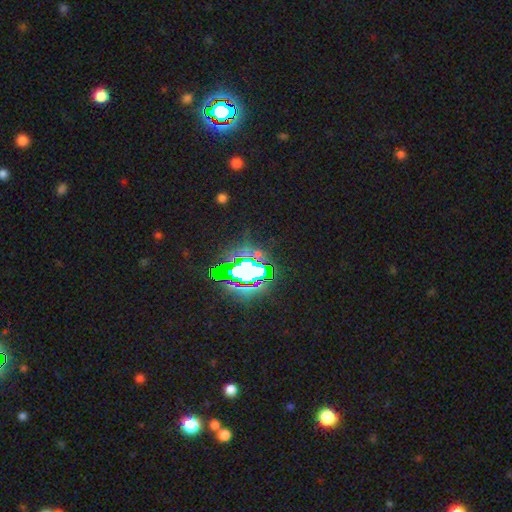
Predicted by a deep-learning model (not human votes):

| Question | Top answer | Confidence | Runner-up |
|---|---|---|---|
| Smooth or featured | star or artifact | 71% | smooth (16%) |